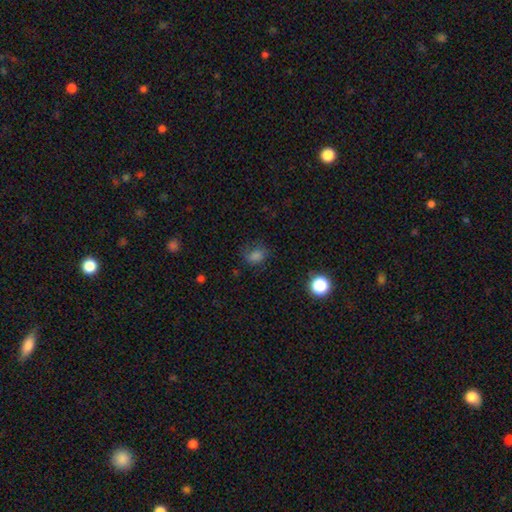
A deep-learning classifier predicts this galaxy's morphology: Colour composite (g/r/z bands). It shows a smooth galaxy with no disk features (72%) that is in between round and cigar-shaped (50%). Merging: none (63%).